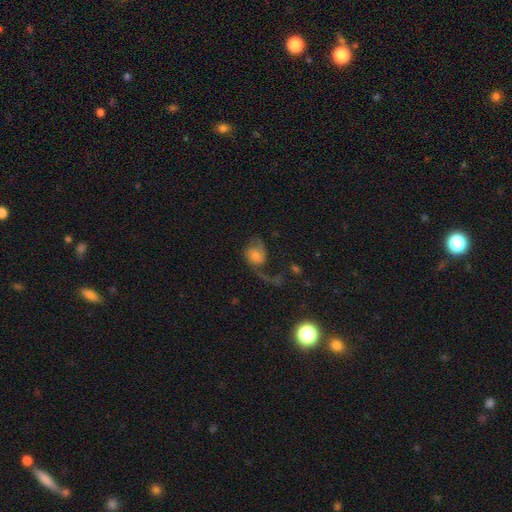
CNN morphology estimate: smooth_or_featured: featured or disk (p=0.59) [alt: smooth p=0.31]
disk_edge_on: no (p=0.97) [alt: yes p=0.03]
bar: no (p=0.62) [alt: weak p=0.32]
has_spiral_arms: yes (p=0.87) [alt: no p=0.13]
spiral_winding: loose (p=0.70) [alt: medium p=0.23]
spiral_arm_count: 2 (p=0.55) [alt: 1 p=0.37]
bulge_size: moderate (p=0.34) [alt: small p=0.28]
merging: major disturbance (p=0.46) [alt: none p=0.31]